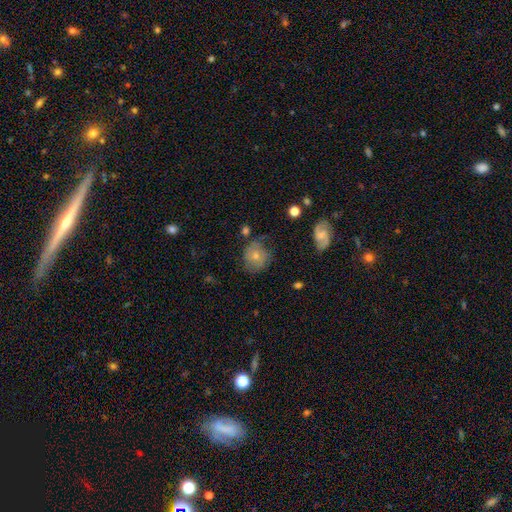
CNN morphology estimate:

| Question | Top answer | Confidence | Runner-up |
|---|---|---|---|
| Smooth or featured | smooth | 56% | featured or disk (36%) |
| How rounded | round | 79% | in between (20%) |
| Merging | none | 57% | minor disturbance (27%) |